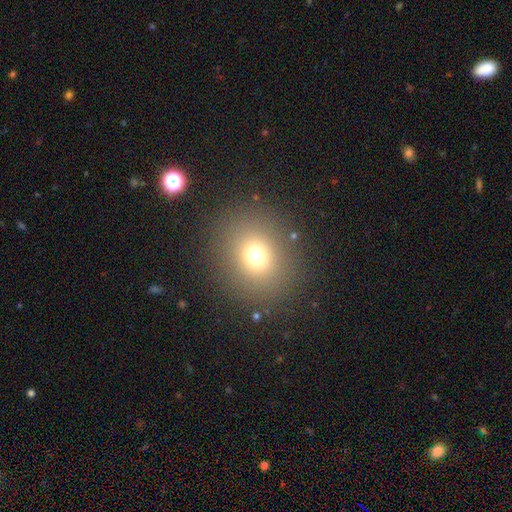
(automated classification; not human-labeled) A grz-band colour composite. It shows a smooth galaxy with no disk features (71%) that is round (76%). Merging: none (86%).